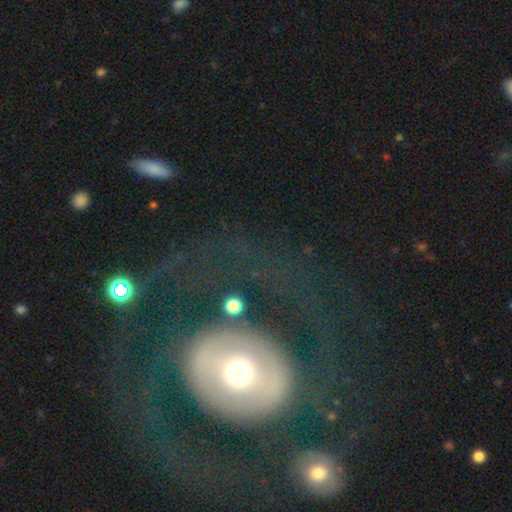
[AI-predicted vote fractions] Overall: featured or disk (53%; smooth 37%). Edge-on disk: no (93%). Merging: none (69%).